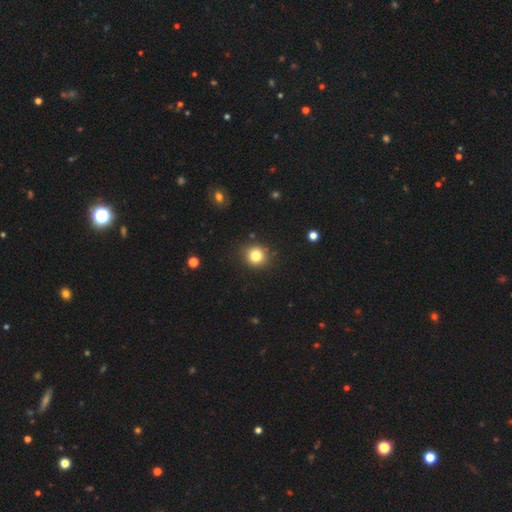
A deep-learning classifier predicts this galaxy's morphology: This appears to be a smooth galaxy with no disk features (81%) that is round (89%). Merging: none (88%).